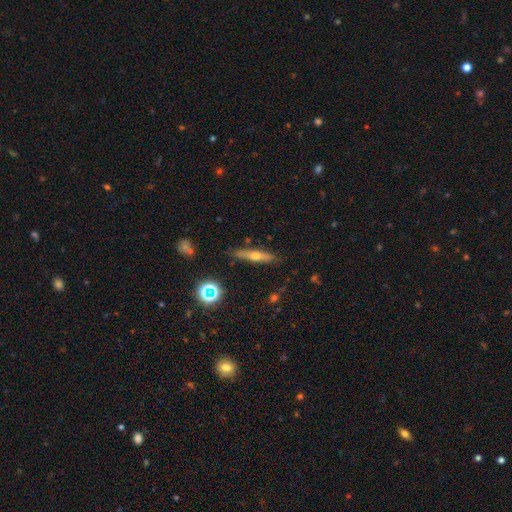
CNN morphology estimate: Smooth or featured: featured or disk — 49% (smooth — 41%)
Merging: none — 85% (minor disturbance — 11%)